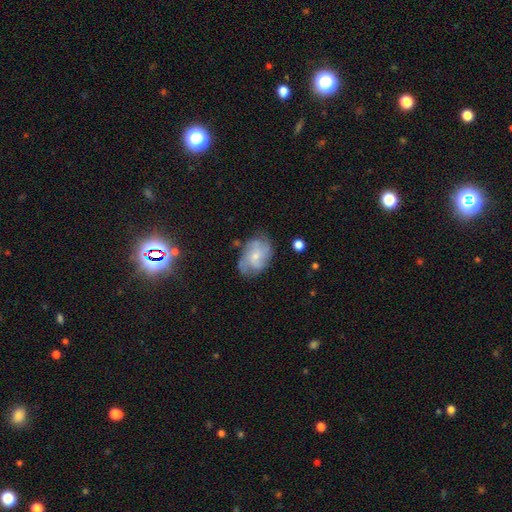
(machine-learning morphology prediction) The model was most divided on "spiral arm count": can't tell: 33%, 3: 23%, 4: 17%, 2: 16%, more than 4: 6%, 1: 5%. Remaining: edge-on disk — no (97%); spiral arms — yes (85%); bar — no (73%); bulge size — small (66%); merging — none (66%); smooth or featured — featured or disk (65%); spiral winding — medium (44%).